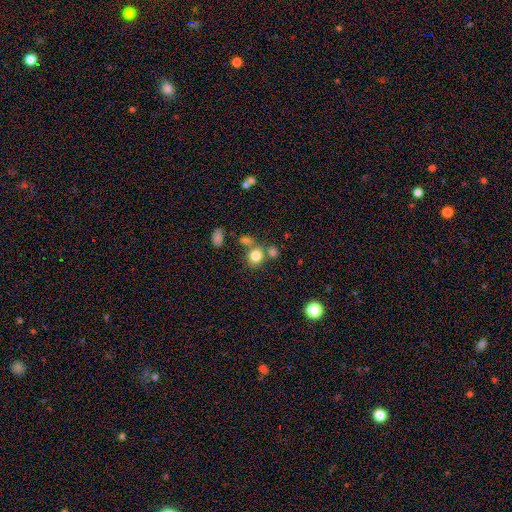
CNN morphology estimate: This is clearly a smooth galaxy (80%). How rounded: likely round (75%). Merging: likely none (60%).